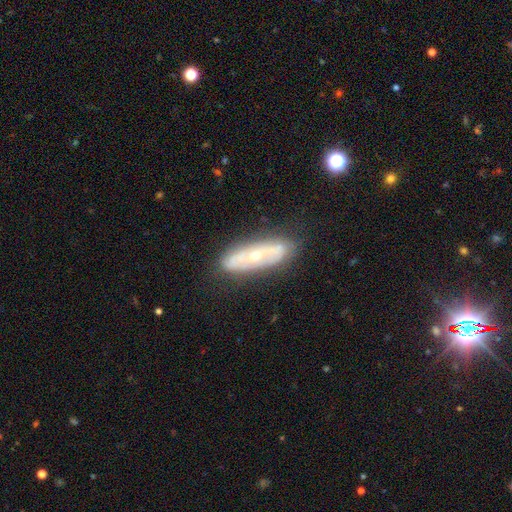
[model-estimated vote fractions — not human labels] featured or disk 68%, smooth 25%, star or artifact 7%. Down the decision tree: edge-on disk — no (74%); bar — no (72%); spiral arms — no (59%); bulge size — small (51%); merging — none (81%).